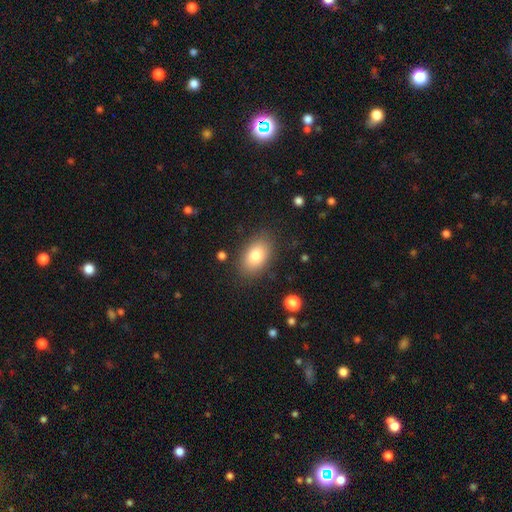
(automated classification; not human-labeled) A smooth galaxy with no disk features (79%) that is in between round and cigar-shaped (87%). Merging: none (84%).